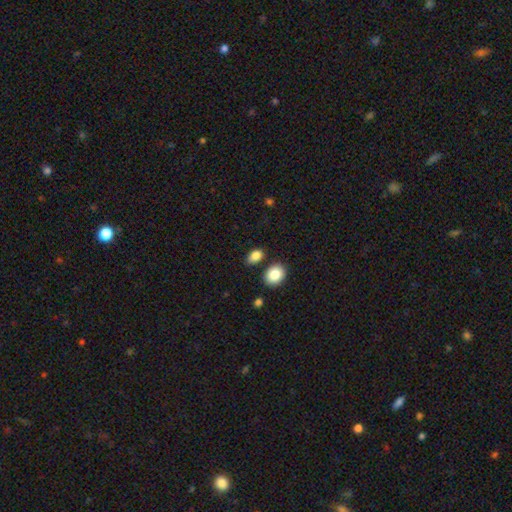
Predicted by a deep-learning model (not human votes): This appears to be a smooth galaxy with no disk features (87%) that is in between round and cigar-shaped (82%). Merging: none (70%).